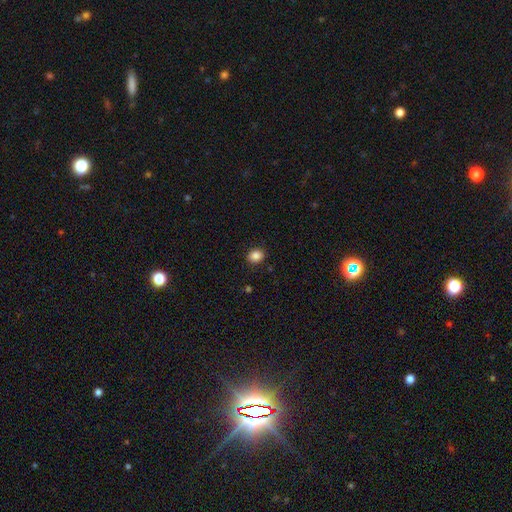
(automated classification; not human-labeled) A smooth galaxy with no disk features (86%) that is round (56%).

Vote fractions:
- Smooth or featured? smooth: 86% / star or artifact: 10% / featured or disk: 4%
- How rounded? round: 56% / in between: 44% / cigar-shaped: 1%
- Merging? none: 89% / minor disturbance: 8% / major disturbance: 2% / merger: 1%